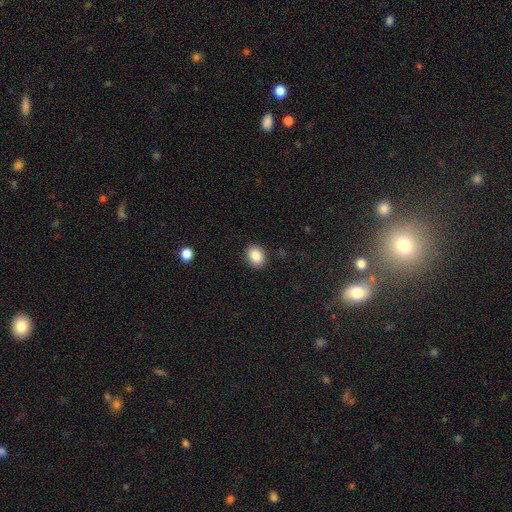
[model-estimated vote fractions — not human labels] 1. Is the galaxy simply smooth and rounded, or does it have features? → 87% smooth, 9% star or artifact, 5% featured or disk.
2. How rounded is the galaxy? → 50% in between, 49% round, 1% cigar-shaped.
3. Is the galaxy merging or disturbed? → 89% none, 8% minor disturbance, 2% major disturbance, 1% merger.